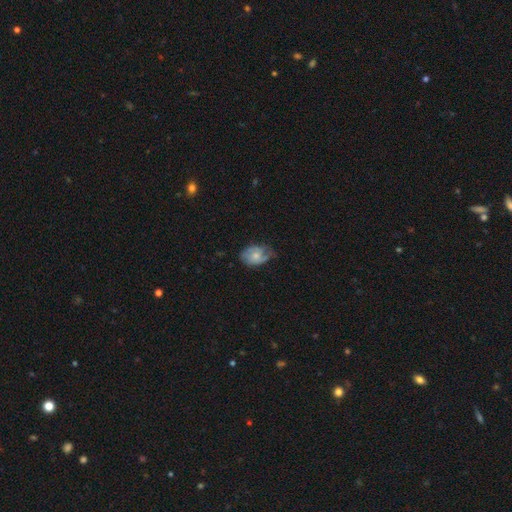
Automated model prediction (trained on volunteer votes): Q: Smooth or featured?
A: featured or disk (48%); runner-up: smooth (44%)
Q: Merging?
A: none (48%); runner-up: minor disturbance (35%)